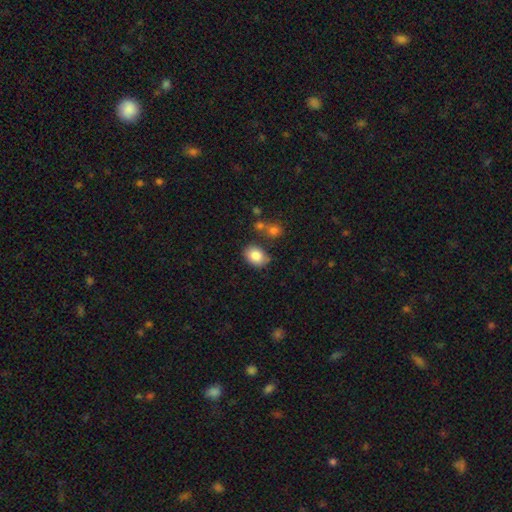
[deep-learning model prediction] Q: Smooth or featured?
A: smooth (84%); runner-up: star or artifact (8%)
Q: How rounded?
A: in between (70%); runner-up: round (29%)
Q: Merging?
A: none (73%); runner-up: minor disturbance (16%)